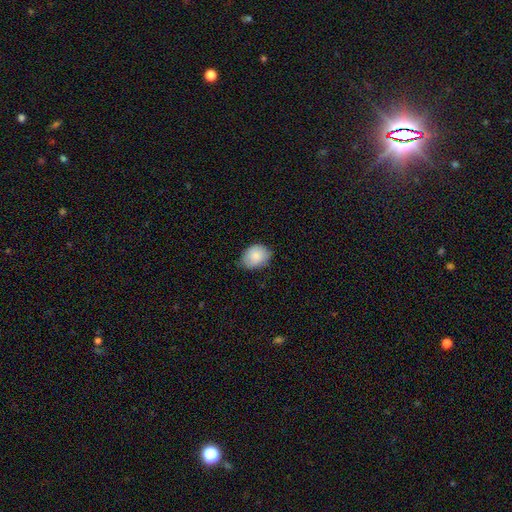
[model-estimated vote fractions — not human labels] Smooth or featured? Predicted: smooth (p=0.85). How rounded? Predicted: in between (p=0.65). Merging? Predicted: none (p=0.70).